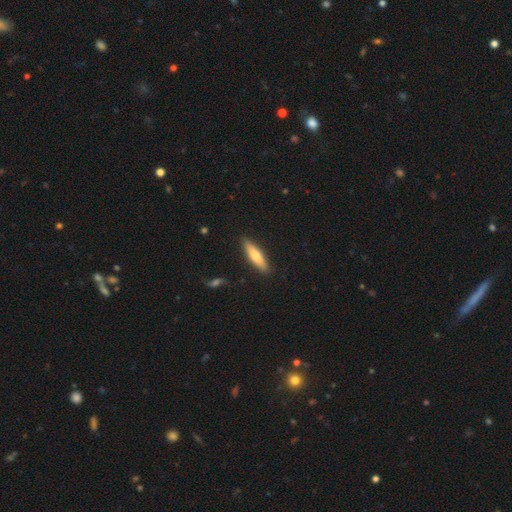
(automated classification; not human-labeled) Smooth or featured? smooth (69%)
How rounded? cigar-shaped (75%)
Merging? none (88%)